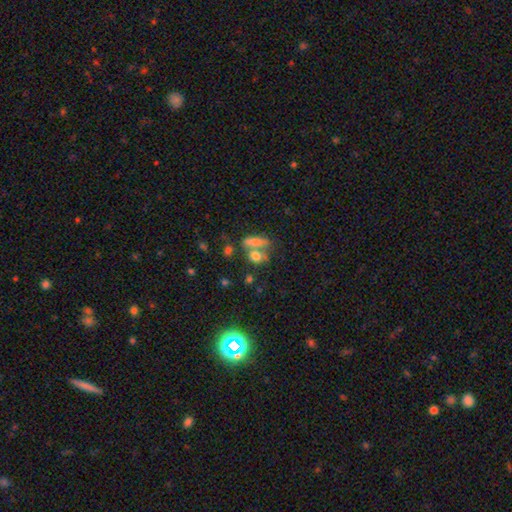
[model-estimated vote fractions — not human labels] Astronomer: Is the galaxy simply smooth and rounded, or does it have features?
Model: smooth — 74%.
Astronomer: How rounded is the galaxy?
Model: in between — 49% (runner-up: round, 40%).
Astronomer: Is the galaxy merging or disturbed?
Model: none — 45% (runner-up: merger, 38%).